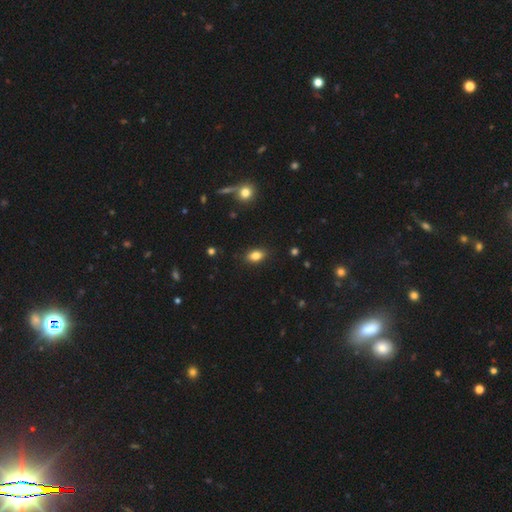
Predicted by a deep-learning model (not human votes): A smooth galaxy with no disk features (83%) that is in between round and cigar-shaped (85%).

Vote fractions:
- Smooth or featured? smooth: 83% / star or artifact: 10% / featured or disk: 7%
- How rounded? in between: 85% / round: 12% / cigar-shaped: 3%
- Merging? none: 86% / minor disturbance: 10% / major disturbance: 2% / merger: 1%